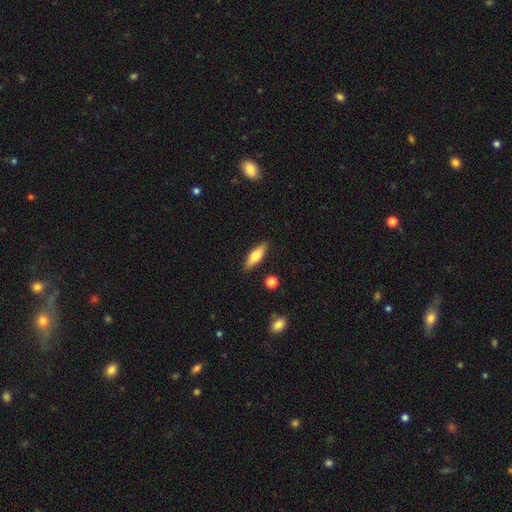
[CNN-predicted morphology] smooth_or_featured: smooth (p=0.62) [alt: featured or disk p=0.32]
how_rounded: in between (p=0.57) [alt: cigar-shaped p=0.40]
merging: none (p=0.87) [alt: minor disturbance p=0.09]